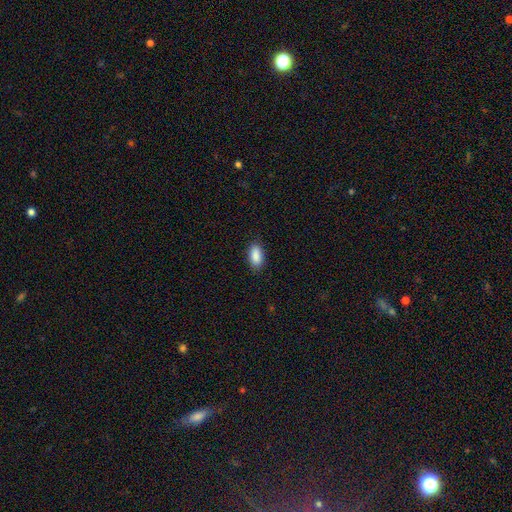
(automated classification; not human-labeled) smooth_or_featured: smooth (p=0.90) [alt: star or artifact p=0.07]
how_rounded: in between (p=0.92) [alt: cigar-shaped p=0.05]
merging: none (p=0.88) [alt: minor disturbance p=0.09]